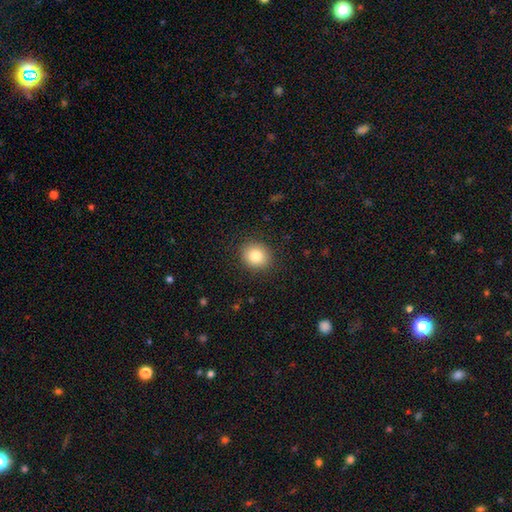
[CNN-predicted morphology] Smooth or featured? smooth (84%)
How rounded? round (76%)
Merging? none (90%)